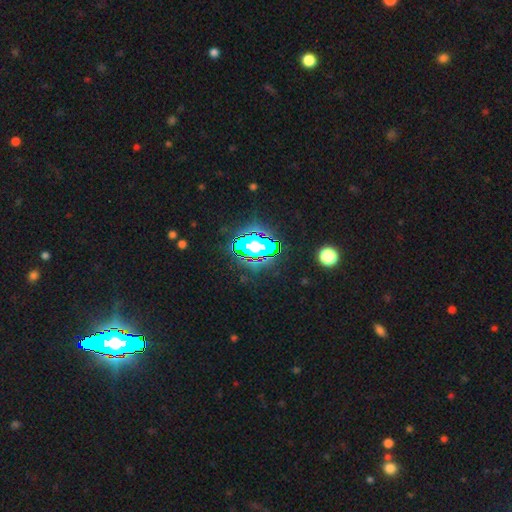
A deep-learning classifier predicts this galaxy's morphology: Smooth or featured?
  - star or artifact: 82% *
  - smooth: 10%
  - featured or disk: 8%